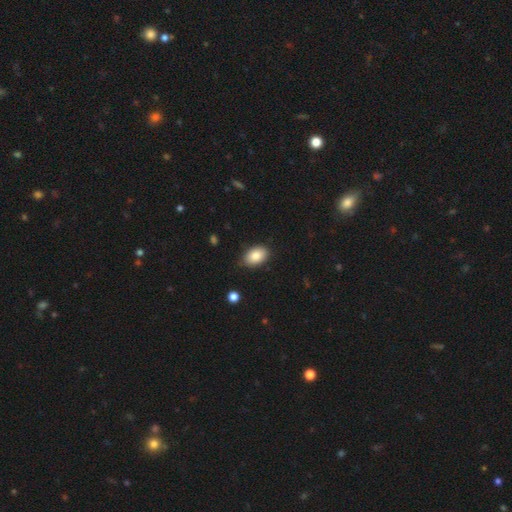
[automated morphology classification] Smooth or featured? smooth (85%)
How rounded? in between (88%)
Merging? none (80%)